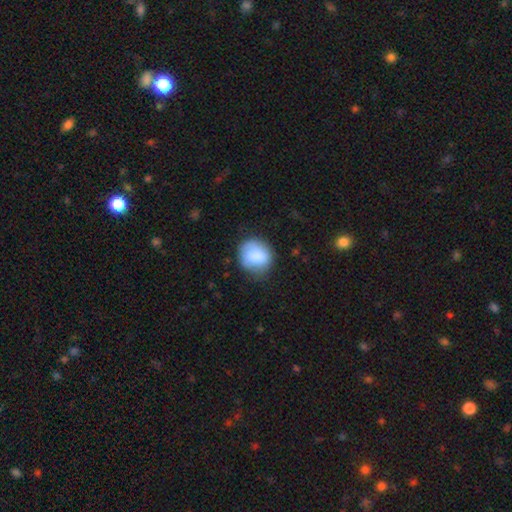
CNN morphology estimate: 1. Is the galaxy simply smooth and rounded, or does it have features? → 81% smooth, 12% featured or disk, 7% star or artifact.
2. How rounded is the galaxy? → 73% round, 26% in between, 1% cigar-shaped.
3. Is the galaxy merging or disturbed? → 66% none, 24% minor disturbance, 8% major disturbance, 2% merger.